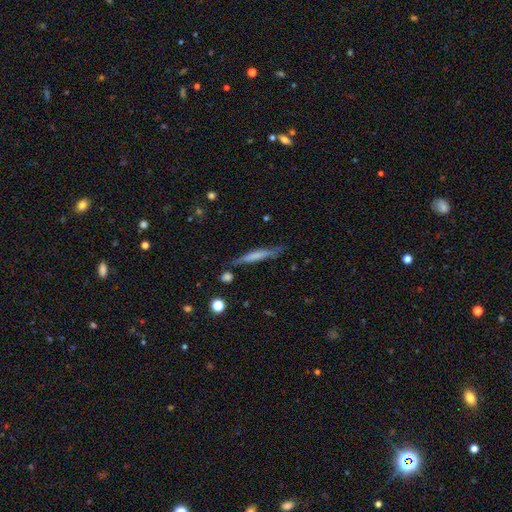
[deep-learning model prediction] Smooth or featured?
  - smooth: 52% *
  - featured or disk: 41%
  - star or artifact: 7%
How rounded?
  - cigar-shaped: 92% *
  - in between: 6%
  - round: 2%
Merging?
  - none: 74% *
  - minor disturbance: 18%
  - major disturbance: 5%
  - merger: 4%